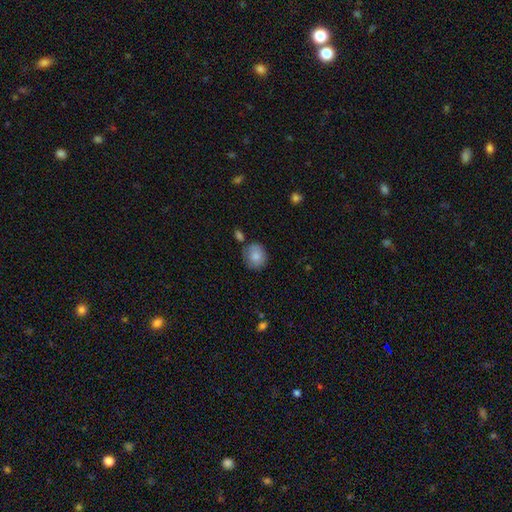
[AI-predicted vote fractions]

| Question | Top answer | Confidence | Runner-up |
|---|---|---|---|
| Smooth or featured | smooth | 84% | featured or disk (9%) |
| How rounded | round | 72% | in between (27%) |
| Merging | none | 69% | minor disturbance (18%) |